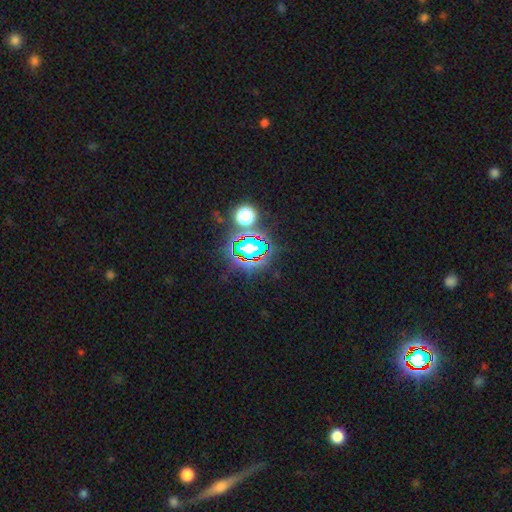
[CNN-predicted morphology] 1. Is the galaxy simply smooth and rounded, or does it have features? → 78% star or artifact, 14% smooth, 8% featured or disk.